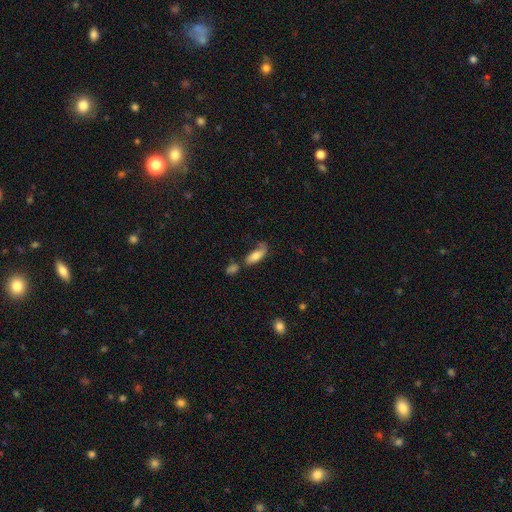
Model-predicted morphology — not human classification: A smooth galaxy with no disk features (70%) that is in between round and cigar-shaped (72%).

Vote fractions:
- Smooth or featured? smooth: 70% / featured or disk: 23% / star or artifact: 8%
- How rounded? in between: 72% / cigar-shaped: 26% / round: 3%
- Merging? none: 44% / minor disturbance: 25% / merger: 17% / major disturbance: 14%